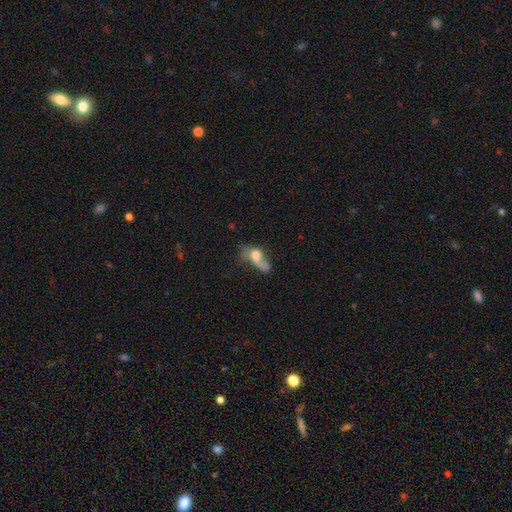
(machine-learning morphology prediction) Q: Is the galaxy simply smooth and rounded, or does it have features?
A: smooth — 56%.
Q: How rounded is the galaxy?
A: in between — 71%.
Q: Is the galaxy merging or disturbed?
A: major disturbance — 45%.